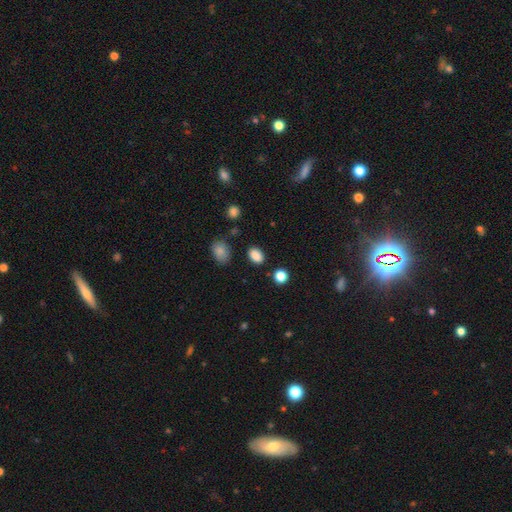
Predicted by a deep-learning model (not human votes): Smooth or featured? Predicted: smooth (p=0.86). How rounded? Predicted: in between (p=0.83). Merging? Predicted: none (p=0.86).